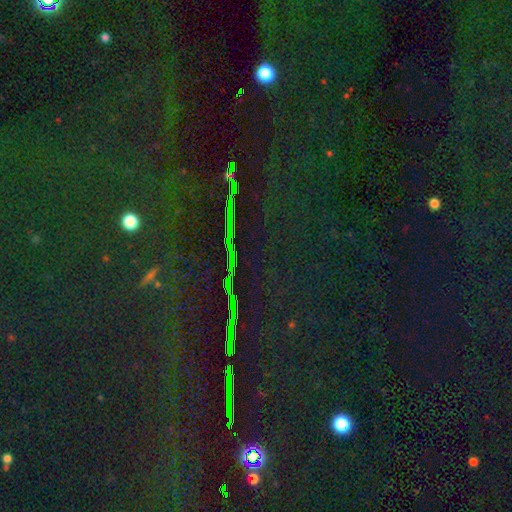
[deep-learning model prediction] star or artifact 84%, smooth 9%, featured or disk 7%.